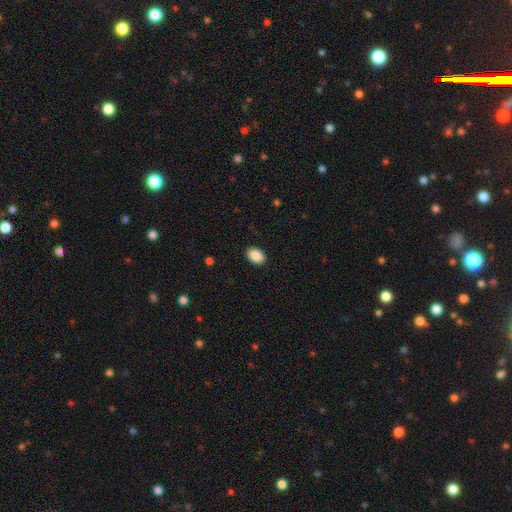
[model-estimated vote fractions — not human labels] smooth_or_featured: smooth (p=0.89) [alt: star or artifact p=0.07]
how_rounded: in between (p=0.83) [alt: round p=0.16]
merging: none (p=0.90) [alt: minor disturbance p=0.07]